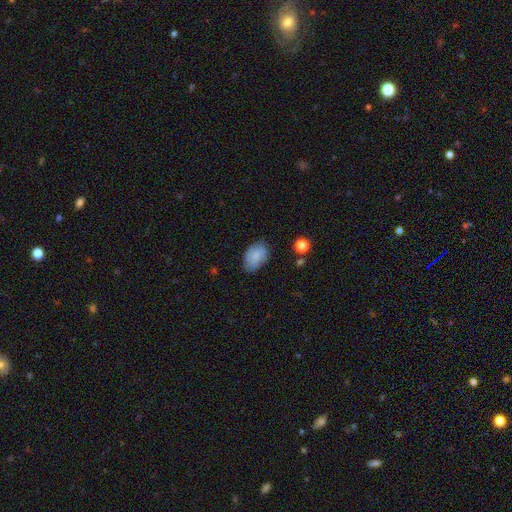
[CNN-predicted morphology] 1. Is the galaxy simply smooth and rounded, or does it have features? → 82% smooth, 10% featured or disk, 7% star or artifact.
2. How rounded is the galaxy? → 86% in between, 13% round, 1% cigar-shaped.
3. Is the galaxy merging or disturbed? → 68% none, 25% minor disturbance, 5% major disturbance, 2% merger.